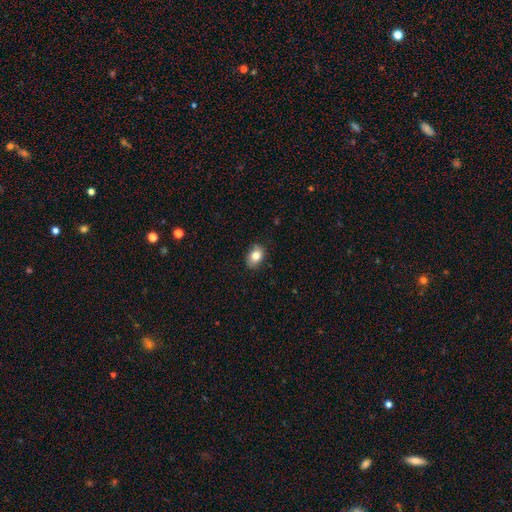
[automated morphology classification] smooth-or-featured: smooth: 82% | featured or disk: 10% | star or artifact: 9%
  how-rounded: in between: 73% | round: 26% | cigar-shaped: 1%
  merging: none: 81% | minor disturbance: 15% | major disturbance: 3% | merger: 1%